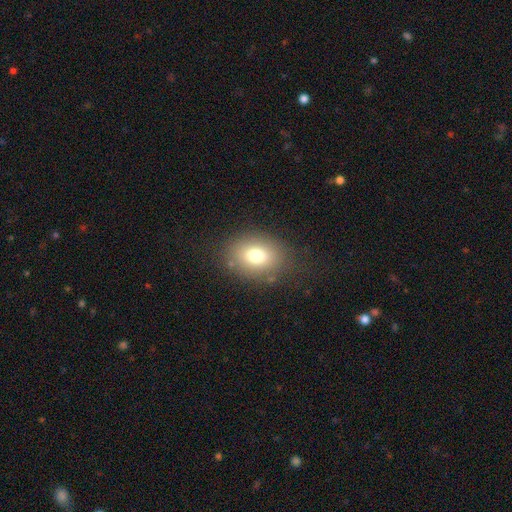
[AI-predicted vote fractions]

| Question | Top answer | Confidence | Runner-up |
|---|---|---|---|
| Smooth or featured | smooth | 77% | featured or disk (12%) |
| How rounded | in between | 64% | round (35%) |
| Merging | none | 80% | minor disturbance (12%) |